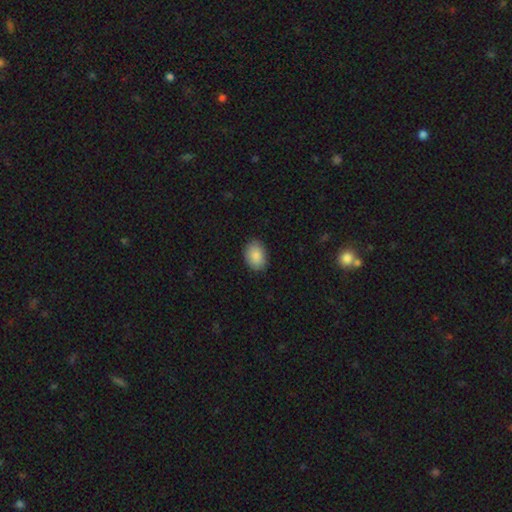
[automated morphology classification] A smooth galaxy with no disk features (88%) that is in between round and cigar-shaped (79%). Merging: none (87%).